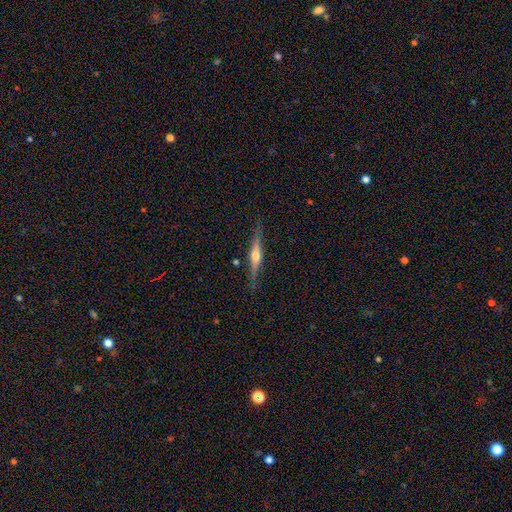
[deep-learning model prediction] Overall: featured or disk (71%). Edge-on disk: yes (97%). Edge-on bulge: rounded (92%). Merging: none (86%).